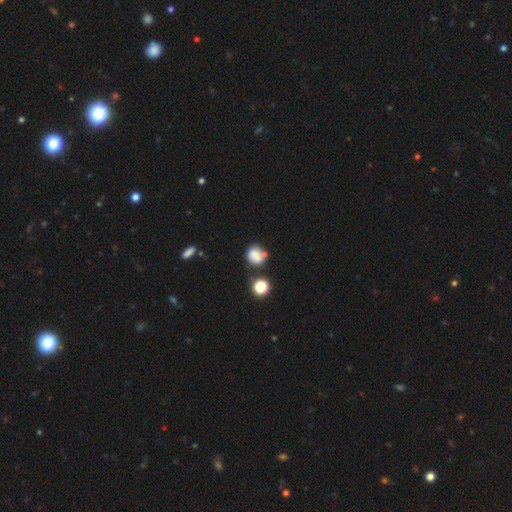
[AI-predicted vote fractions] The model was most divided on "how rounded": round: 65%, in between: 33%, cigar-shaped: 1%. More confident: smooth or featured — smooth (75%); merging — none (54%).